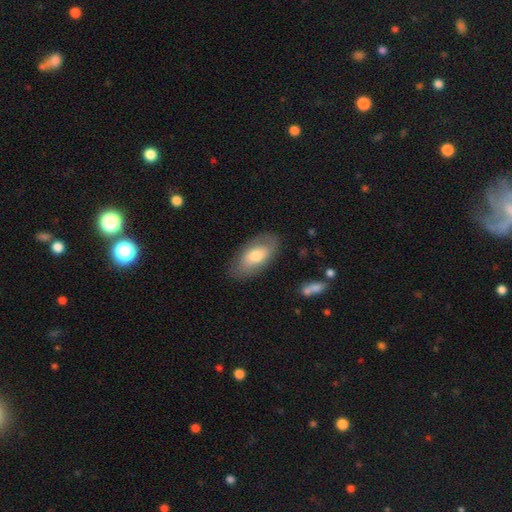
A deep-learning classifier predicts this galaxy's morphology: A smooth galaxy with no disk features (64%) that is in between round and cigar-shaped (92%).

Vote fractions:
- Smooth or featured? smooth: 64% / featured or disk: 30% / star or artifact: 6%
- How rounded? in between: 92% / cigar-shaped: 4% / round: 4%
- Merging? none: 79% / minor disturbance: 15% / major disturbance: 4% / merger: 2%